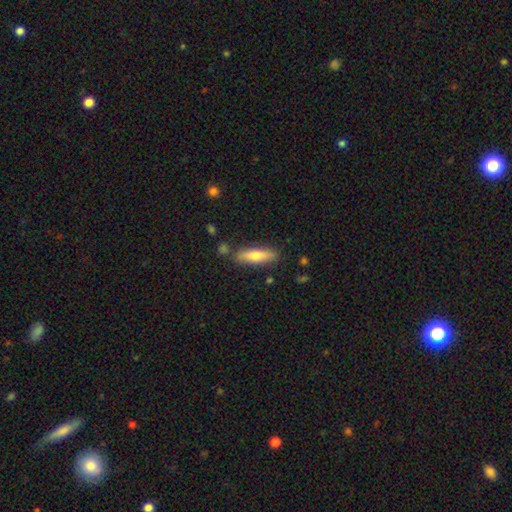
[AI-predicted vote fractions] Smooth or featured? smooth (62%)
How rounded? cigar-shaped (66%)
Merging? none (83%)